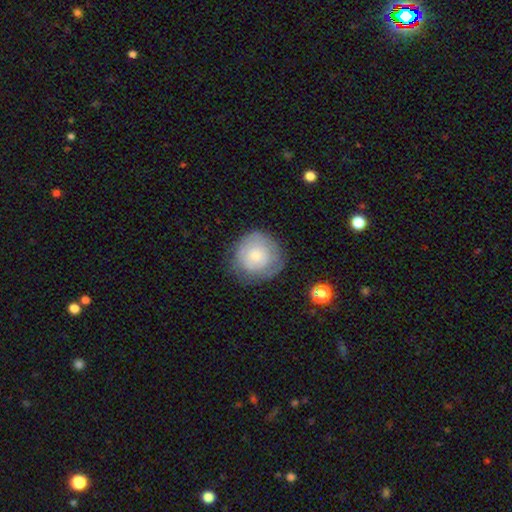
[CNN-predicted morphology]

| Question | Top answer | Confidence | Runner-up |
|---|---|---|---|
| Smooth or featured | smooth | 61% | featured or disk (31%) |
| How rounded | round | 90% | in between (9%) |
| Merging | none | 70% | minor disturbance (20%) |